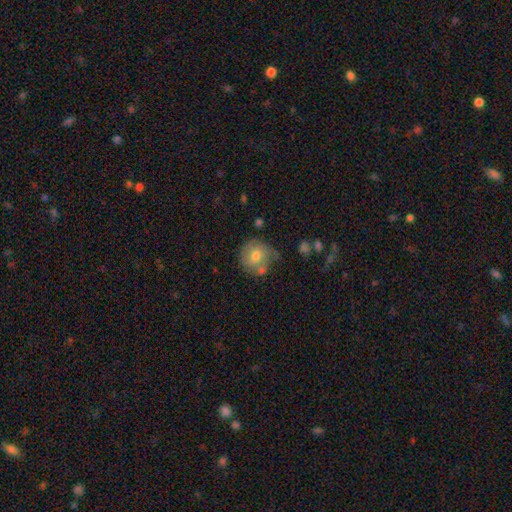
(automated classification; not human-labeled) Overall: smooth (65%; featured or disk 26%). How rounded: round (84%). Merging: none (54%; minor disturbance 24%).